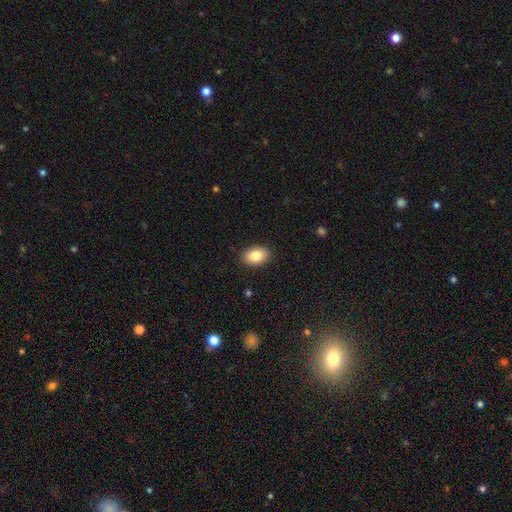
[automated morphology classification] Smooth or featured? smooth (84%)
How rounded? in between (89%)
Merging? none (90%)